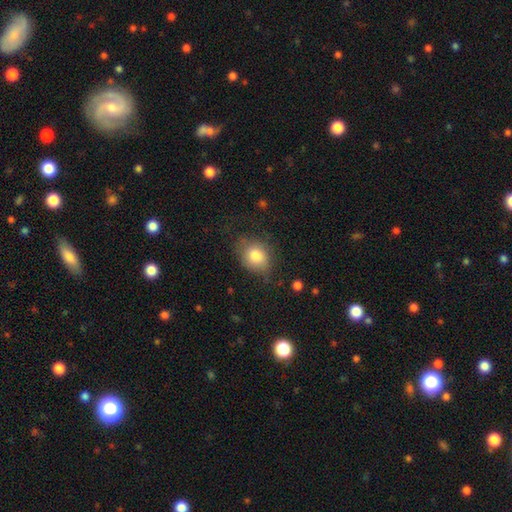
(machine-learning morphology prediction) This is clearly a smooth galaxy (81%). How rounded: possibly round (52%). Merging: likely none (65%).